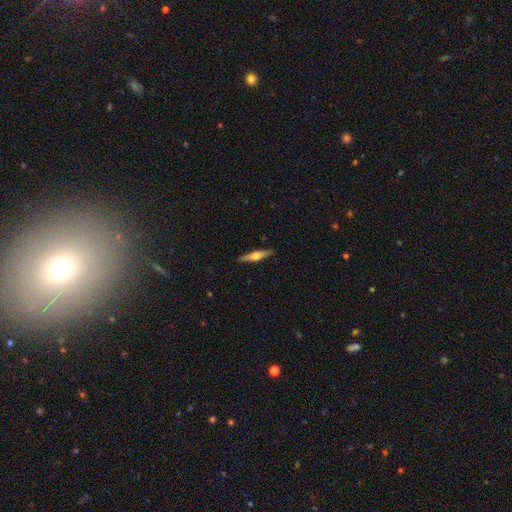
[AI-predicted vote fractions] Smooth or featured? featured or disk (56%)
Edge-on disk? yes (96%)
Edge-on bulge? rounded (91%)
Merging? none (91%)